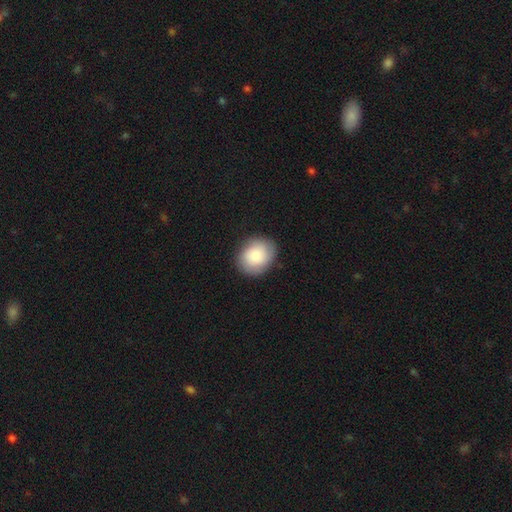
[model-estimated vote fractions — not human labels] Q: Smooth or featured?
A: smooth (80%); runner-up: featured or disk (13%)
Q: How rounded?
A: round (54%); runner-up: in between (45%)
Q: Merging?
A: none (83%); runner-up: minor disturbance (12%)